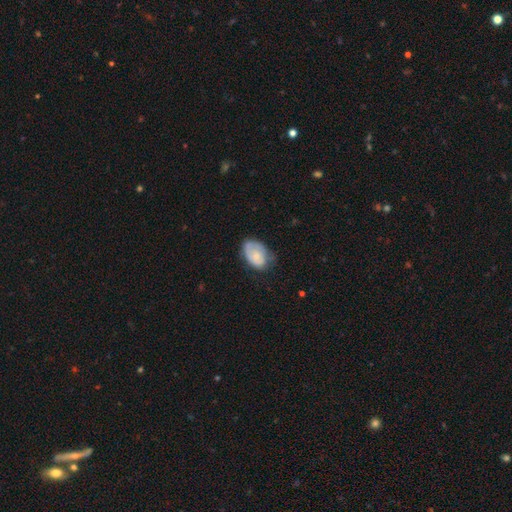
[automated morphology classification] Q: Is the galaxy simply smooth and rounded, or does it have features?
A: smooth — 62%.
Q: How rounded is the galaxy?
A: in between — 87%.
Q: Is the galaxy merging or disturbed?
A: none — 52%.